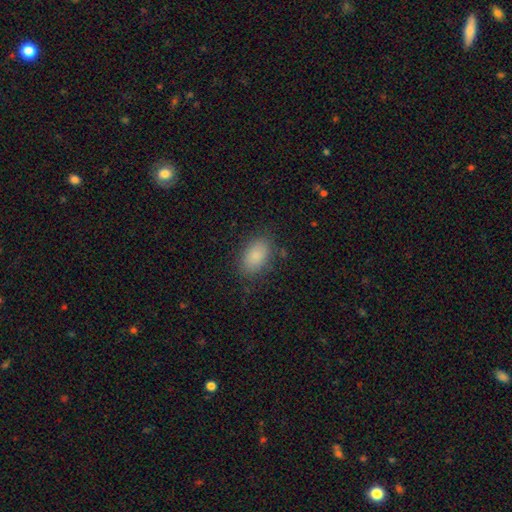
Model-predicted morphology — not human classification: This appears to be a smooth galaxy with no disk features (86%) that is in between round and cigar-shaped (91%). Merging: none (83%).